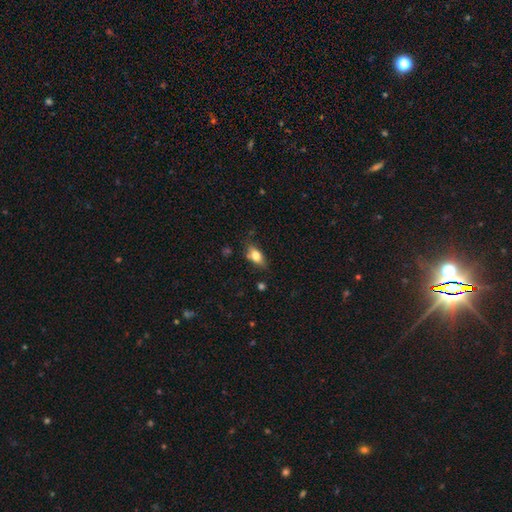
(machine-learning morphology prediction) smooth 72%, featured or disk 19%, star or artifact 8%. Down the decision tree: how rounded — in between (81%); merging — none (73%).